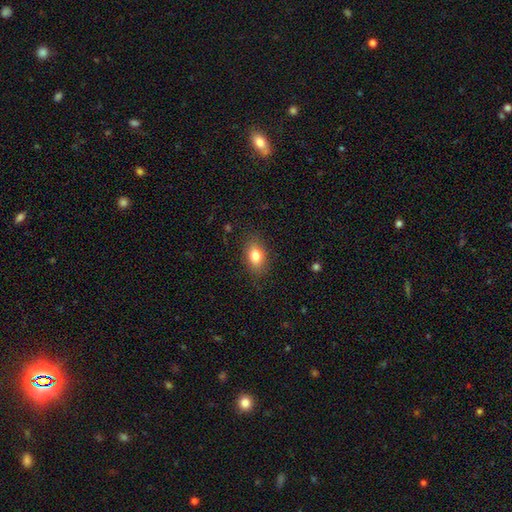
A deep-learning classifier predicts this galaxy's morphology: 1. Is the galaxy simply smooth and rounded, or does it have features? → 79% smooth, 12% featured or disk, 9% star or artifact.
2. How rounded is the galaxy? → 81% in between, 16% round, 2% cigar-shaped.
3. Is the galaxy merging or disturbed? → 84% none, 12% minor disturbance, 3% major disturbance, 1% merger.